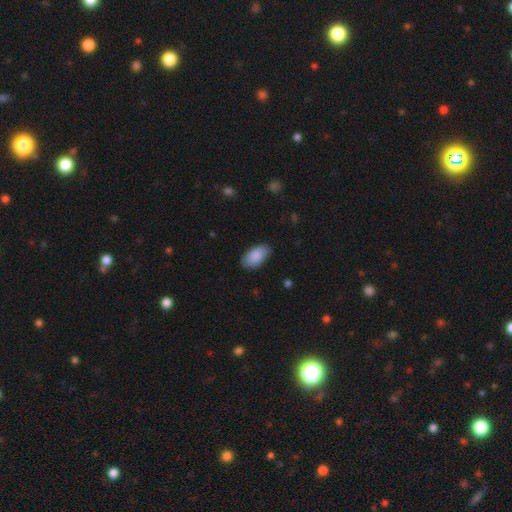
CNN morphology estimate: A smooth galaxy with no disk features (88%) that is in between round and cigar-shaped (95%). Merging: none (85%).